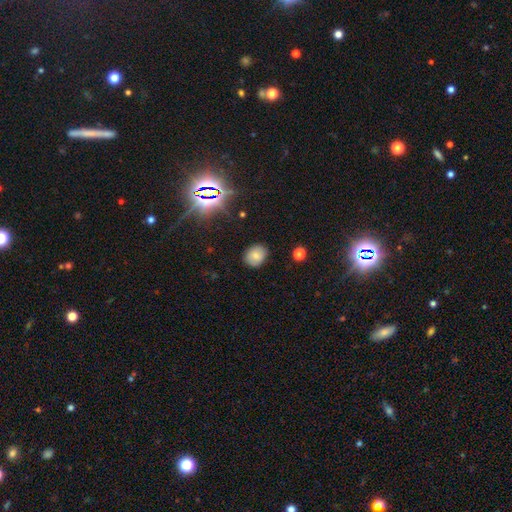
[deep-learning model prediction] Q: Smooth or featured?
A: smooth (75%); runner-up: star or artifact (14%)
Q: How rounded?
A: round (51%); runner-up: in between (48%)
Q: Merging?
A: none (84%); runner-up: minor disturbance (12%)